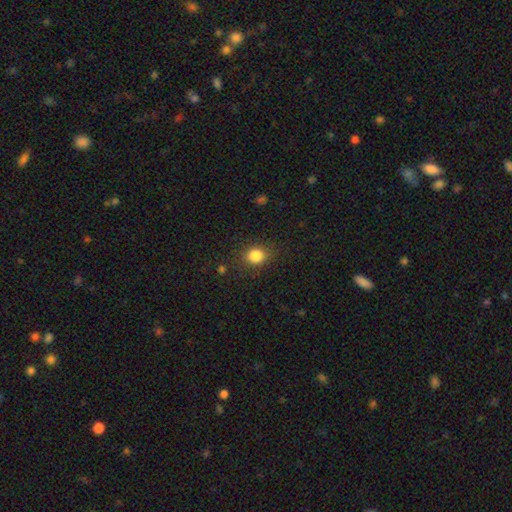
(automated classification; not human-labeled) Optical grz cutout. It shows a smooth galaxy with no disk features (85%) that is round (69%). Merging: none (82%).